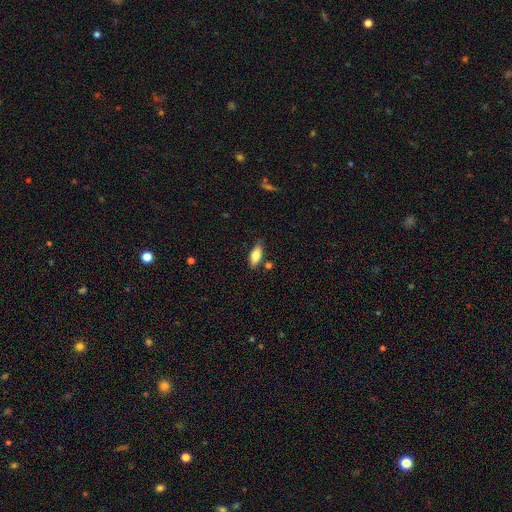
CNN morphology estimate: Overall: smooth (76%). How rounded: in between (80%). Merging: none (78%).